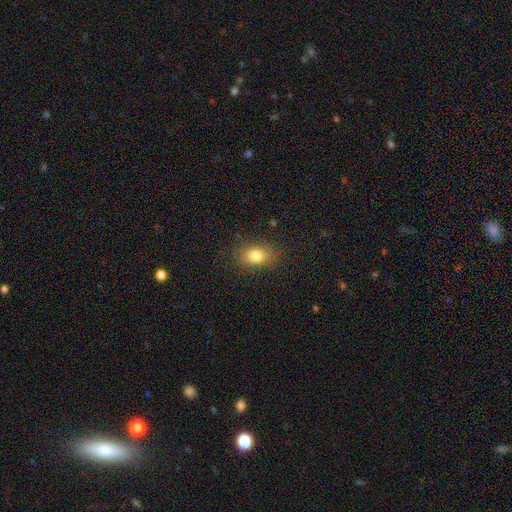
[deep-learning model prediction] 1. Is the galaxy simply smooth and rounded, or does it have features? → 81% smooth, 11% star or artifact, 8% featured or disk.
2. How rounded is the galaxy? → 71% in between, 27% round, 2% cigar-shaped.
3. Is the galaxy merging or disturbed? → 83% none, 12% minor disturbance, 4% major disturbance, 1% merger.